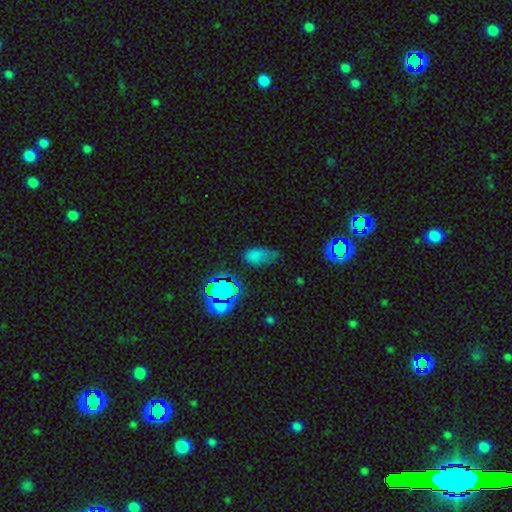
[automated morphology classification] A smooth galaxy with no disk features (66%) that is in between round and cigar-shaped (85%).

Vote fractions:
- Smooth or featured? smooth: 66% / star or artifact: 23% / featured or disk: 11%
- How rounded? in between: 85% / round: 10% / cigar-shaped: 5%
- Merging? none: 43% / minor disturbance: 34% / major disturbance: 18% / merger: 5%